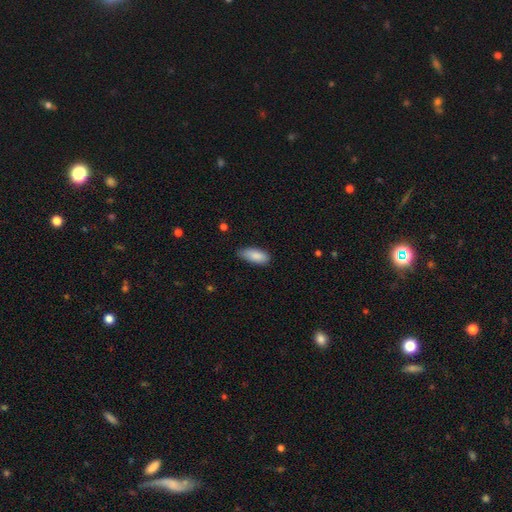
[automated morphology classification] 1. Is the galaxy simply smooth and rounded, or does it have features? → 88% smooth, 6% featured or disk, 6% star or artifact.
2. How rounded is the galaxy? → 82% in between, 16% cigar-shaped, 2% round.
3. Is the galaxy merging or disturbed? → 74% none, 22% minor disturbance, 3% major disturbance, 1% merger.